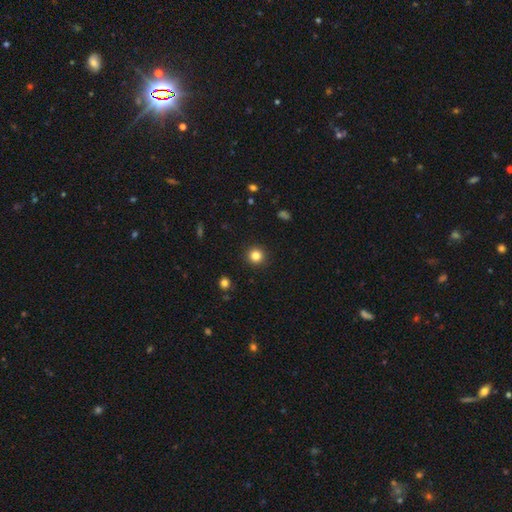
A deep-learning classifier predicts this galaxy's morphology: smooth-or-featured: smooth: 83% | star or artifact: 12% | featured or disk: 5%
  how-rounded: round: 95% | in between: 4% | cigar-shaped: 1%
  merging: none: 92% | minor disturbance: 5% | major disturbance: 2% | merger: 1%